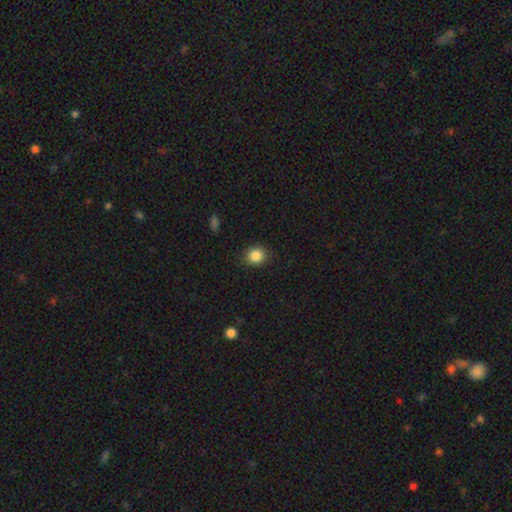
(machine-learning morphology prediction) Q: Smooth or featured?
A: smooth (86%); runner-up: star or artifact (10%)
Q: How rounded?
A: round (79%); runner-up: in between (20%)
Q: Merging?
A: none (86%); runner-up: minor disturbance (10%)